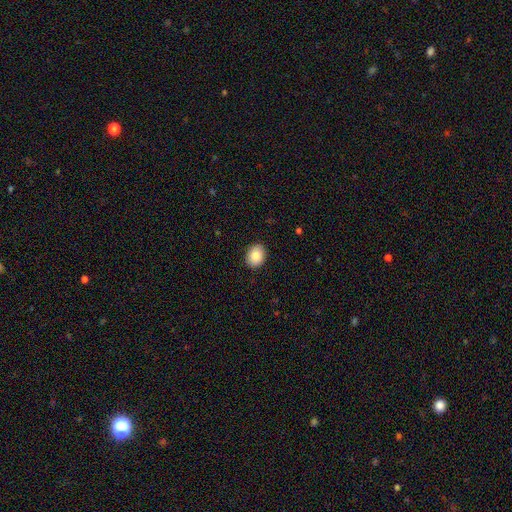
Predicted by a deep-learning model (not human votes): Smooth or featured? Predicted: smooth (p=0.86). How rounded? Predicted: in between (p=0.60). Merging? Predicted: none (p=0.90).